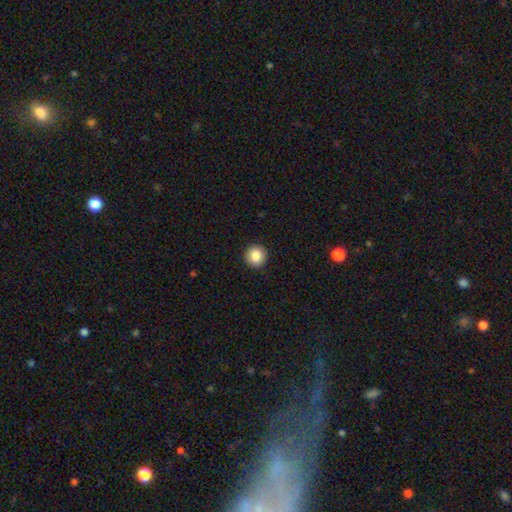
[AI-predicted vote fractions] smooth_or_featured: smooth (p=0.87) [alt: star or artifact p=0.08]
how_rounded: round (p=0.91) [alt: in between p=0.08]
merging: none (p=0.91) [alt: minor disturbance p=0.06]